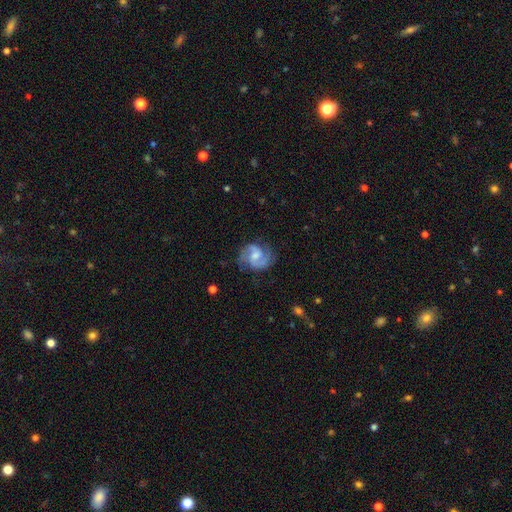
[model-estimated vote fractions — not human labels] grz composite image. It shows a featured or disk galaxy (84%) with a weak bar (51%), 2 (86%) medium (55%) spiral arms (96%) and a moderate central bulge (47%). Merging: none (73%).